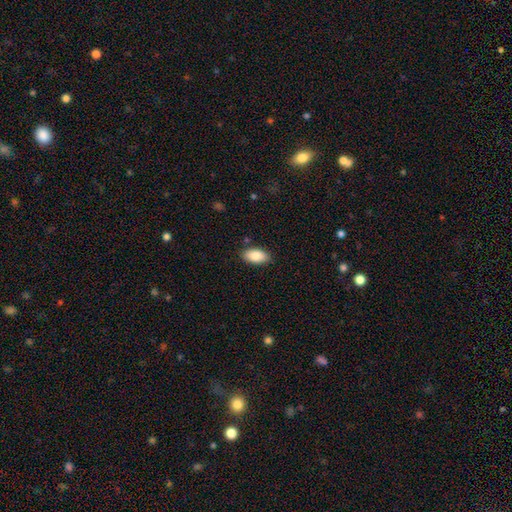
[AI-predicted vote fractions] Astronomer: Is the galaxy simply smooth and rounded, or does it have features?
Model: smooth — 87%.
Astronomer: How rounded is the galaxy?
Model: in between — 94%.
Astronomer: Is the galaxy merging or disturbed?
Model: none — 86%.